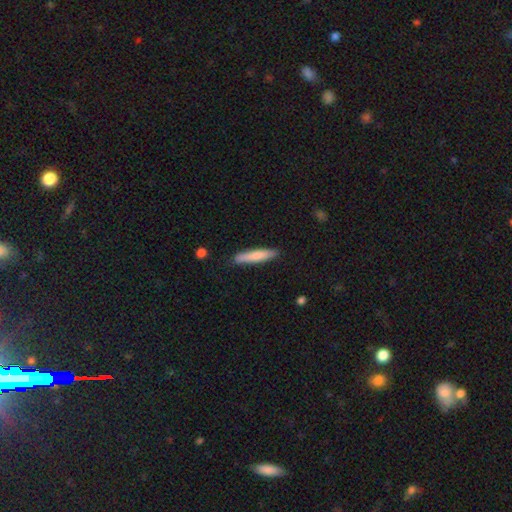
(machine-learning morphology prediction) smooth 77%, featured or disk 18%, star or artifact 5%. Down the decision tree: how rounded — cigar-shaped (90%); merging — none (86%).